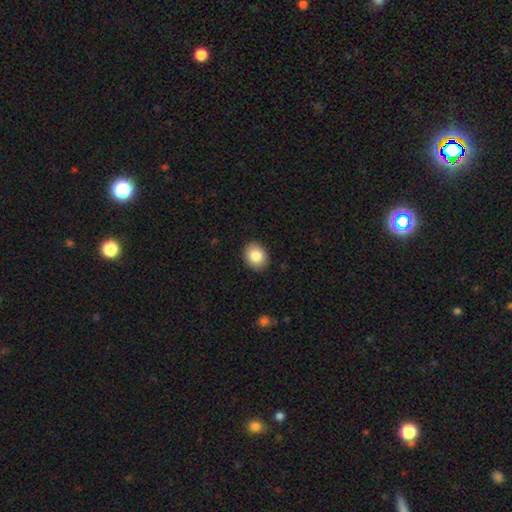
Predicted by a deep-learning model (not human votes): Overall: smooth (85%). How rounded: in between (50%; round 49%). Merging: none (90%).